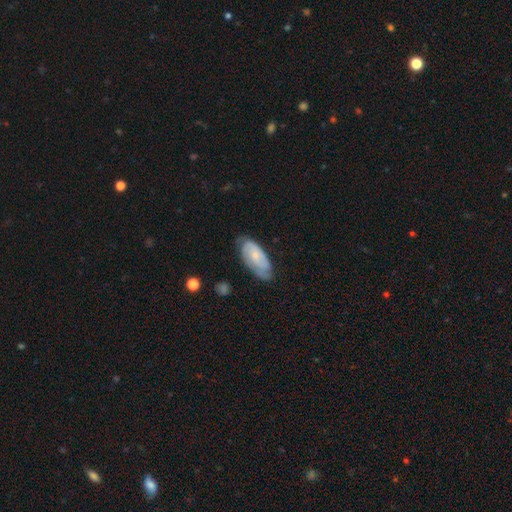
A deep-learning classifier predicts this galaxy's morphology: featured or disk 55%, smooth 38%, star or artifact 6%. Down the decision tree: edge-on disk — no (92%); bar — no (70%); spiral arms — yes (82%); bulge size — small (70%); merging — none (63%).